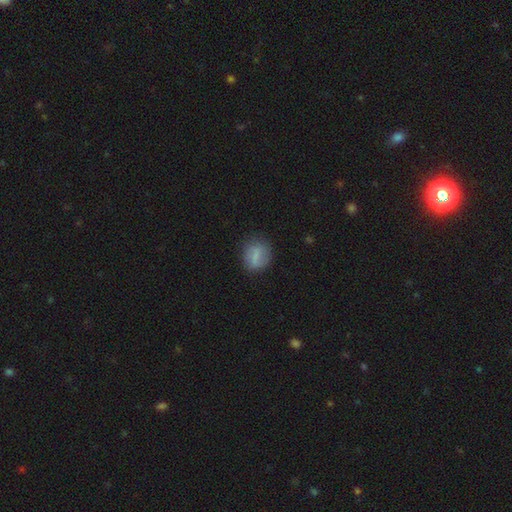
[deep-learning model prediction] smooth 71%, featured or disk 20%, star or artifact 9%. Down the decision tree: how rounded — round (58%); merging — none (75%).